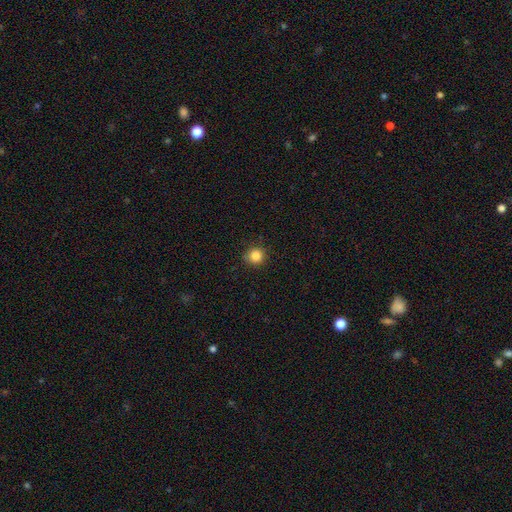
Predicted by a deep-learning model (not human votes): This is clearly a smooth galaxy (84%). How rounded: clearly round (93%). Merging: clearly none (88%).